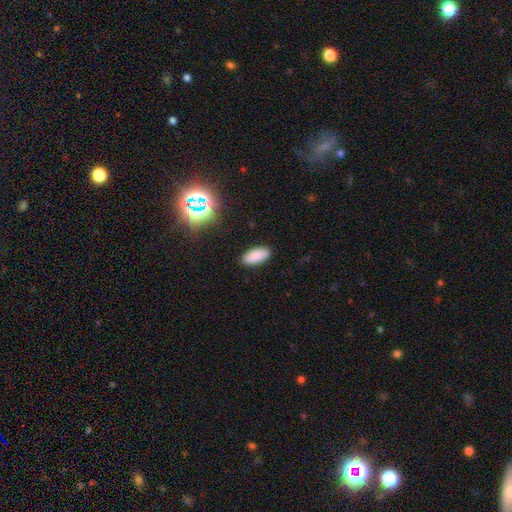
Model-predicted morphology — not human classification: smooth 86%, star or artifact 9%, featured or disk 5%. Down the decision tree: how rounded — in between (89%); merging — none (88%).